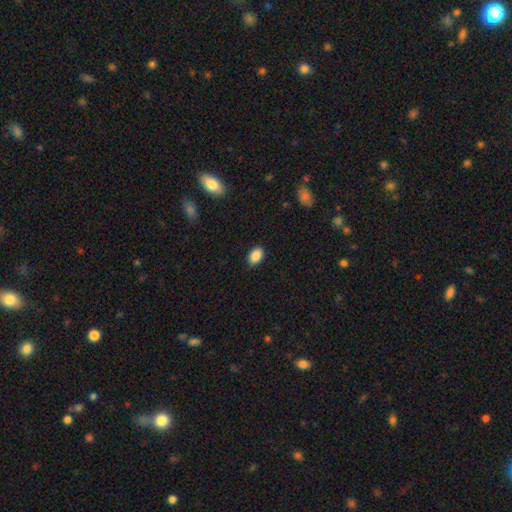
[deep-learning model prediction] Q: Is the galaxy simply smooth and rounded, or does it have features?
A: smooth — 89%.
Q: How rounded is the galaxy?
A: in between — 84%.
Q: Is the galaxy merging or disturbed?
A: none — 87%.